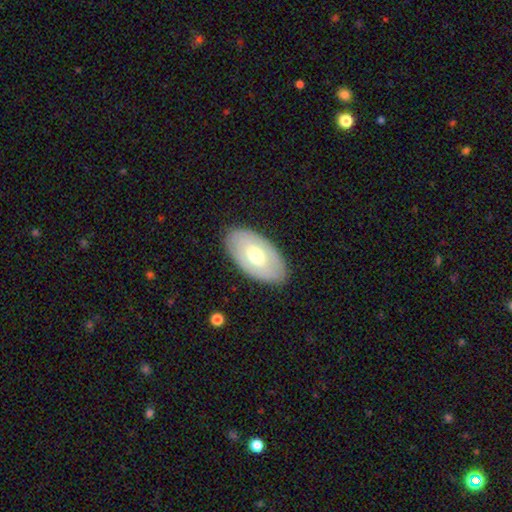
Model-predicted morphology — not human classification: Smooth or featured? Predicted: smooth (p=0.49). Merging? Predicted: none (p=0.84).